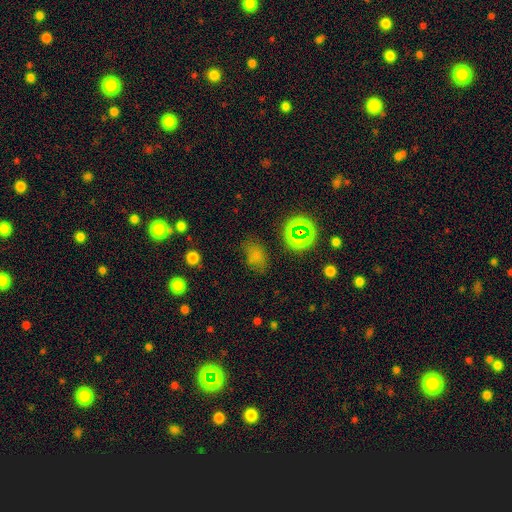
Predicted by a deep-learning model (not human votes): smooth-or-featured: smooth: 65% | star or artifact: 26% | featured or disk: 9%
  how-rounded: in between: 77% | round: 21% | cigar-shaped: 2%
  merging: none: 65% | minor disturbance: 22% | major disturbance: 9% | merger: 3%